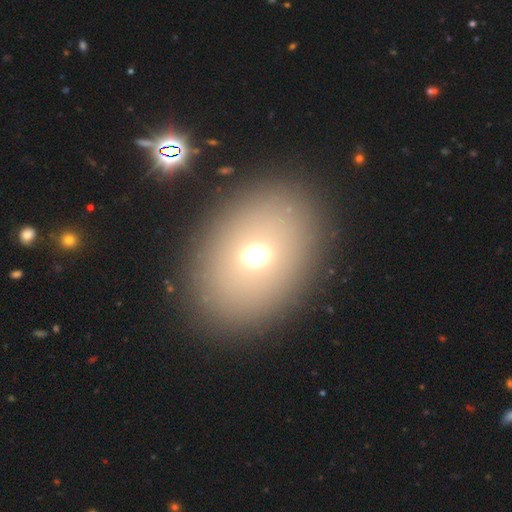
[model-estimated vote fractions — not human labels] A smooth galaxy with no disk features (65%) that is in between round and cigar-shaped (65%). Merging: none (86%).